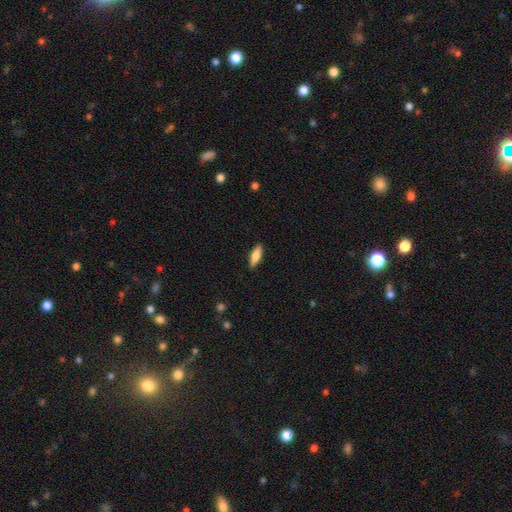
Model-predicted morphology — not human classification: Smooth or featured?
  - smooth: 73% *
  - featured or disk: 21%
  - star or artifact: 6%
How rounded?
  - cigar-shaped: 50% *
  - in between: 48%
  - round: 2%
Merging?
  - none: 89% *
  - minor disturbance: 8%
  - major disturbance: 2%
  - merger: 1%